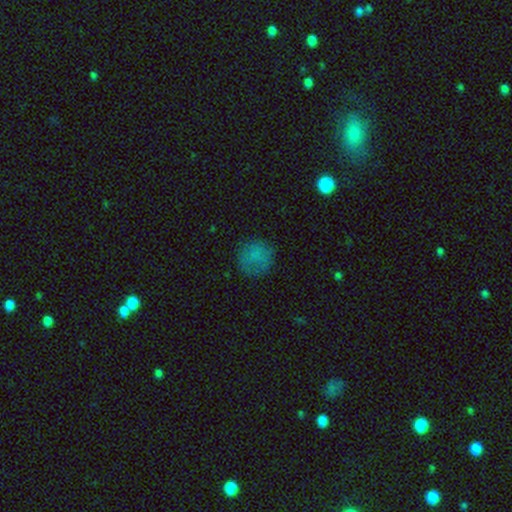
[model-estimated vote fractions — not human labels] smooth-or-featured: smooth: 75% | star or artifact: 15% | featured or disk: 10%
  how-rounded: round: 87% | in between: 12% | cigar-shaped: 1%
  merging: none: 73% | minor disturbance: 18% | major disturbance: 7% | merger: 2%